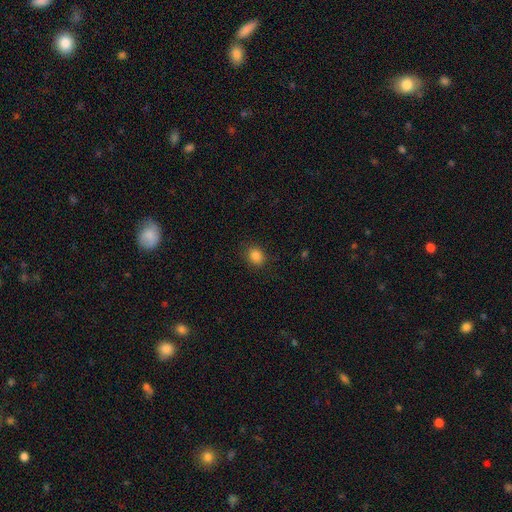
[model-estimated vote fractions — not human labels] smooth-or-featured: smooth: 84% | star or artifact: 11% | featured or disk: 4%
  how-rounded: round: 59% | in between: 40% | cigar-shaped: 1%
  merging: none: 87% | minor disturbance: 9% | major disturbance: 3% | merger: 1%